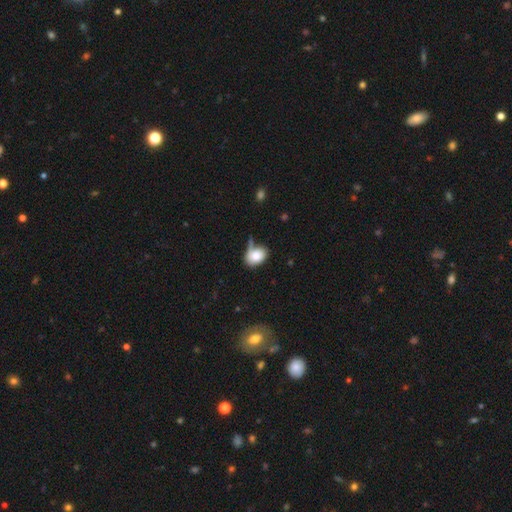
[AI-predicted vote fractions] Smooth or featured: smooth — 80% (featured or disk — 12%)
How rounded: in between — 74% (round — 25%)
Merging: none — 46% (minor disturbance — 25%)